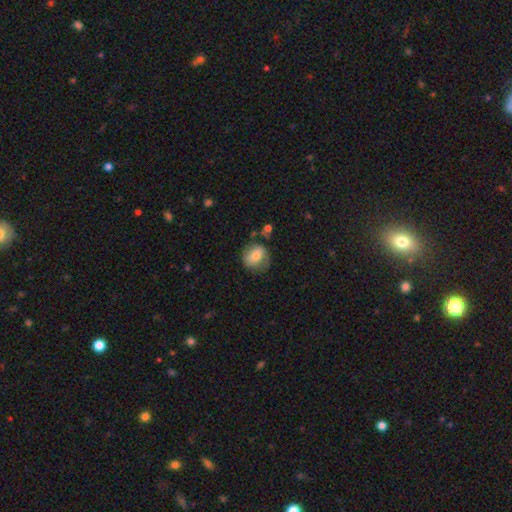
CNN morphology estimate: A smooth galaxy with no disk features (68%) that is round (67%). Merging: none (58%).